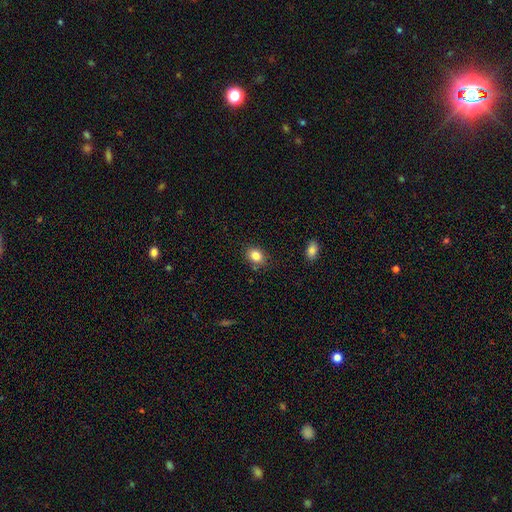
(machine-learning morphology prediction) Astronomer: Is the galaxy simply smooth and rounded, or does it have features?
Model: smooth — 84%.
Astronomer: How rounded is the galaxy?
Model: in between — 56% (runner-up: round, 43%).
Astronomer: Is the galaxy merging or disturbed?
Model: none — 82%.